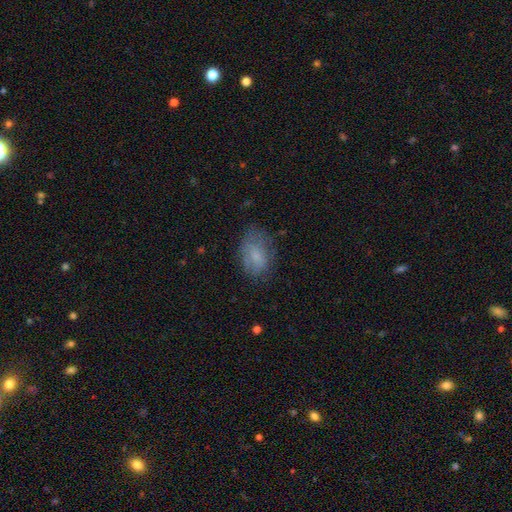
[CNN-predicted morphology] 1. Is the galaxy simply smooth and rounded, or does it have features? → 68% smooth, 23% featured or disk, 9% star or artifact.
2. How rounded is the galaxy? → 84% in between, 15% round, 2% cigar-shaped.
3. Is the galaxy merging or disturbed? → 59% none, 27% minor disturbance, 12% major disturbance, 2% merger.